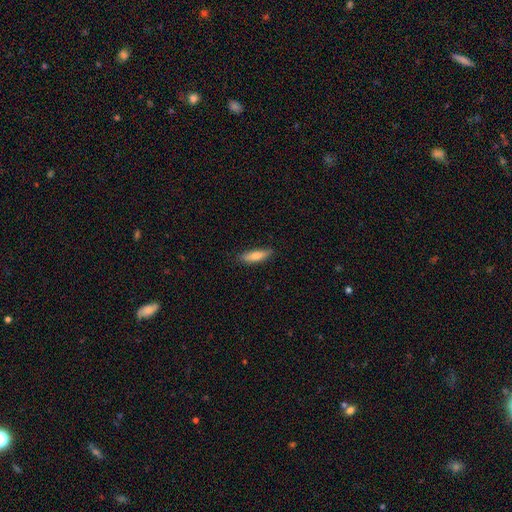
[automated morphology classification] Smooth or featured? Predicted: smooth (p=0.76). How rounded? Predicted: cigar-shaped (p=0.63). Merging? Predicted: none (p=0.83).